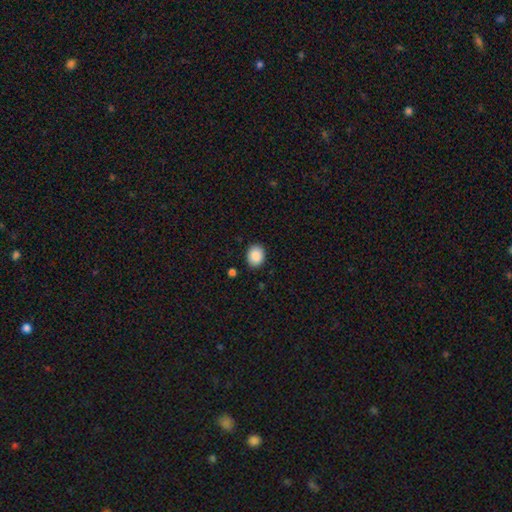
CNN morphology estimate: Smooth or featured? Predicted: smooth (p=0.89). How rounded? Predicted: round (p=0.50). Merging? Predicted: none (p=0.88).